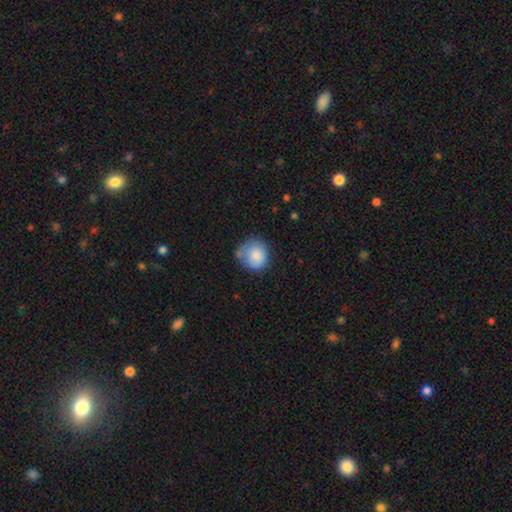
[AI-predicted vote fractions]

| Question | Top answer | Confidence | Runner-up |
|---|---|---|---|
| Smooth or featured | smooth | 83% | featured or disk (10%) |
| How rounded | round | 84% | in between (15%) |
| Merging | none | 55% | minor disturbance (30%) |